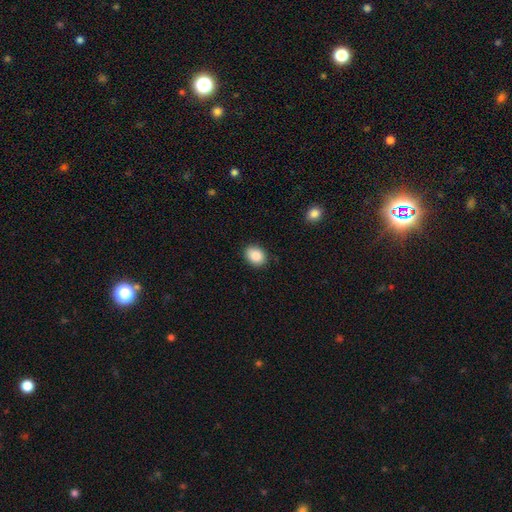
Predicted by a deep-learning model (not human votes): Smooth or featured: smooth — 86% (star or artifact — 8%)
How rounded: in between — 54% (round — 45%)
Merging: none — 89% (minor disturbance — 8%)